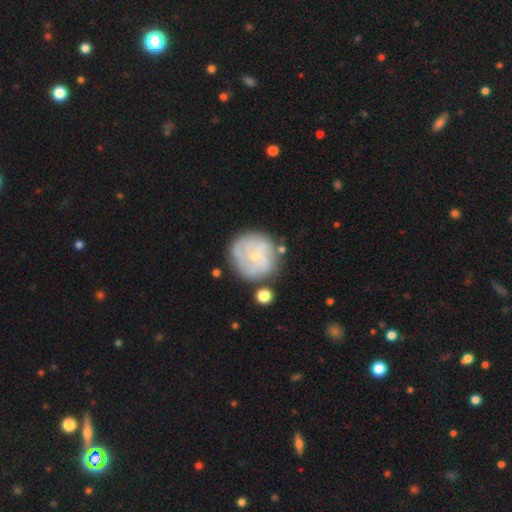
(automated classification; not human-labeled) smooth_or_featured: featured or disk (p=0.61) [alt: smooth p=0.33]
disk_edge_on: no (p=0.98) [alt: yes p=0.02]
bar: no (p=0.75) [alt: weak p=0.22]
has_spiral_arms: yes (p=0.72) [alt: no p=0.28]
bulge_size: small (p=0.73) [alt: moderate p=0.21]
merging: none (p=0.71) [alt: minor disturbance p=0.17]